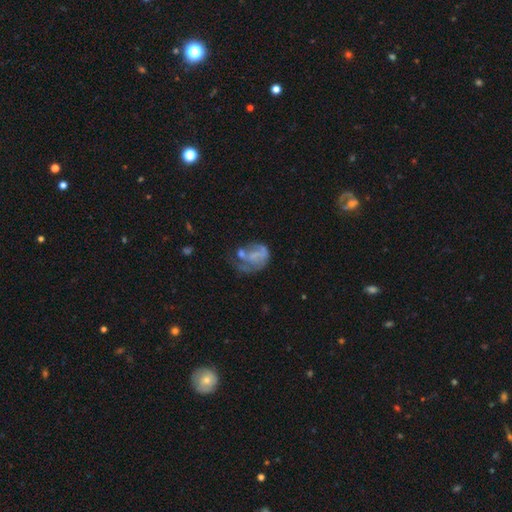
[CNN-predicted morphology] Smooth or featured? featured or disk (55%)
Edge-on disk? no (98%)
Bar? no (73%)
Spiral arms? no (59%)
Bulge size? none (64%)
Merging? major disturbance (46%)